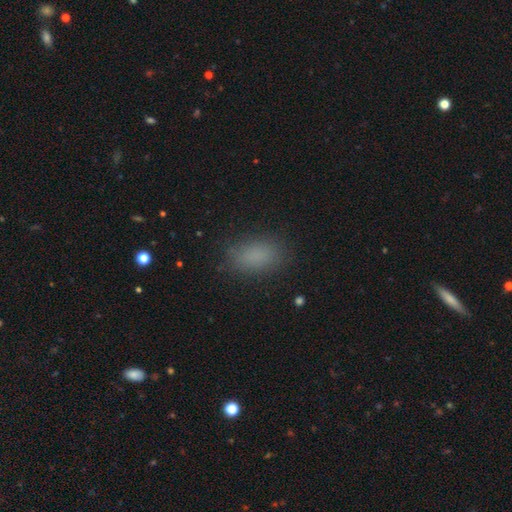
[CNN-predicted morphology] Smooth or featured? smooth (82%)
How rounded? in between (88%)
Merging? none (83%)